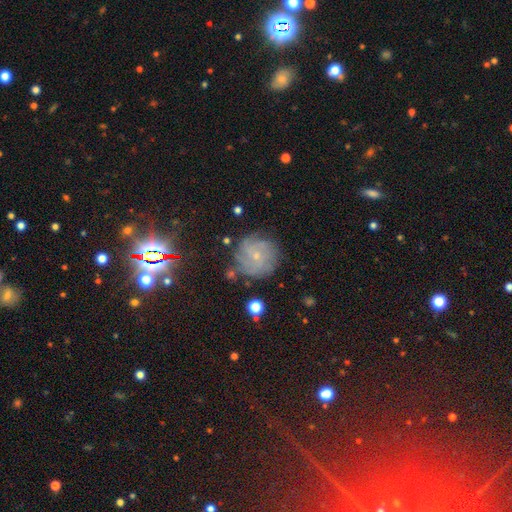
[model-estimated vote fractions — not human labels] This is likely a featured or disk galaxy (65%). It is clearly not viewed edge-on (97%). Bar: likely no (77%). Spiral arm pattern: clearly yes (88%). Spiral arm count: marginally can't tell (41%). Spiral winding: possibly tight (59%). Central bulge: clearly small (80%). Merging: likely none (74%).